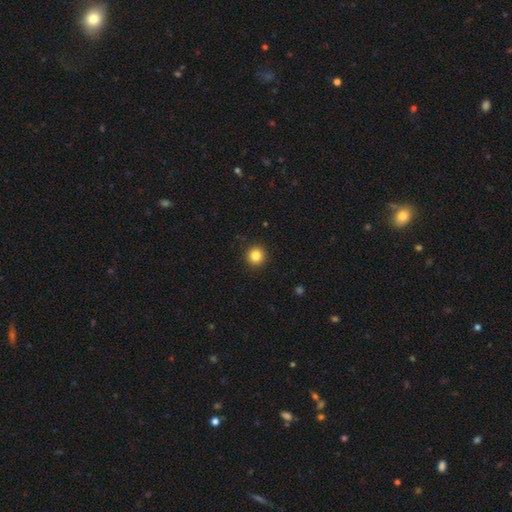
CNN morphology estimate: A smooth galaxy with no disk features (84%) that is round (95%).

Vote fractions:
- Smooth or featured? smooth: 84% / star or artifact: 11% / featured or disk: 5%
- How rounded? round: 95% / in between: 4% / cigar-shaped: 1%
- Merging? none: 93% / minor disturbance: 5% / major disturbance: 2% / merger: 1%